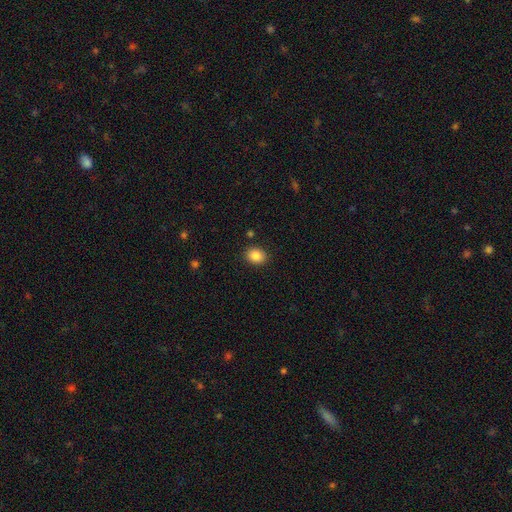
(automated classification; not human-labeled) The model was most divided on "how rounded": in between: 53%, round: 47%, cigar-shaped: 1%. More confident: merging — none (89%); smooth or featured — smooth (86%).